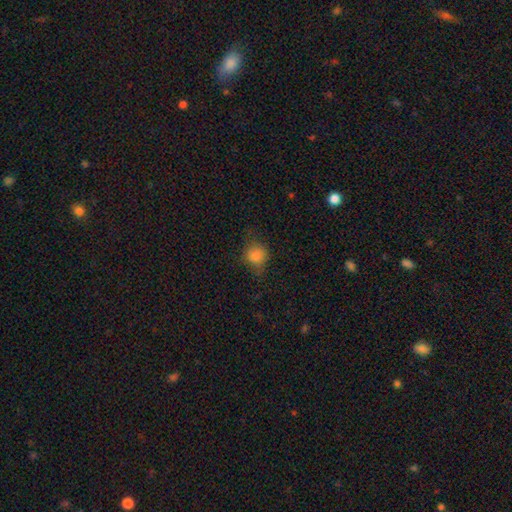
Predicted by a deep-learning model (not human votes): Smooth or featured? Predicted: smooth (p=0.83). How rounded? Predicted: round (p=0.80). Merging? Predicted: none (p=0.69).